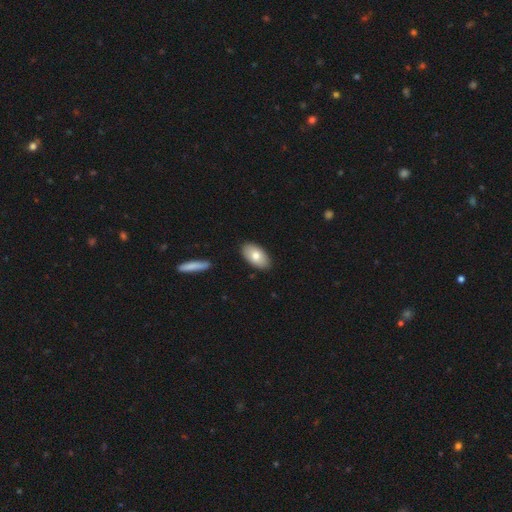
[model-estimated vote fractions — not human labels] Smooth or featured? Predicted: smooth (p=0.76). How rounded? Predicted: in between (p=0.94). Merging? Predicted: none (p=0.87).